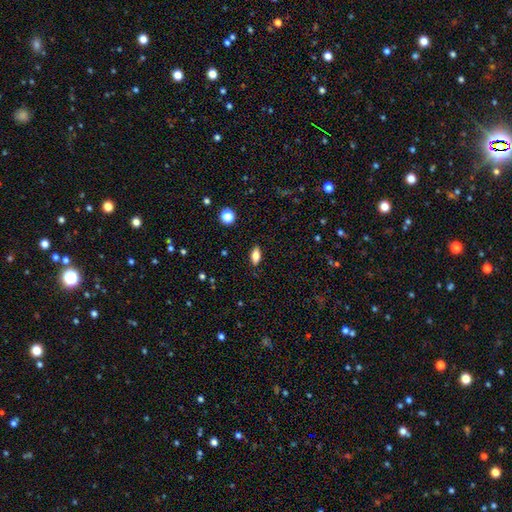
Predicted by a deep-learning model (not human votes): smooth_or_featured: smooth (p=0.77) [alt: featured or disk p=0.14]
how_rounded: in between (p=0.86) [alt: cigar-shaped p=0.10]
merging: none (p=0.87) [alt: minor disturbance p=0.10]